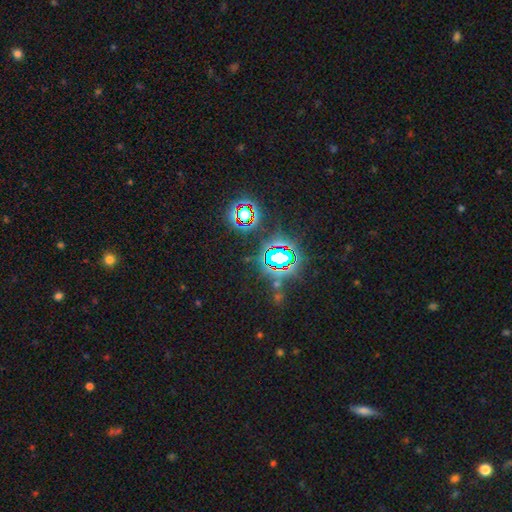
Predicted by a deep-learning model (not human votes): smooth-or-featured: star or artifact: 79% | smooth: 12% | featured or disk: 9%